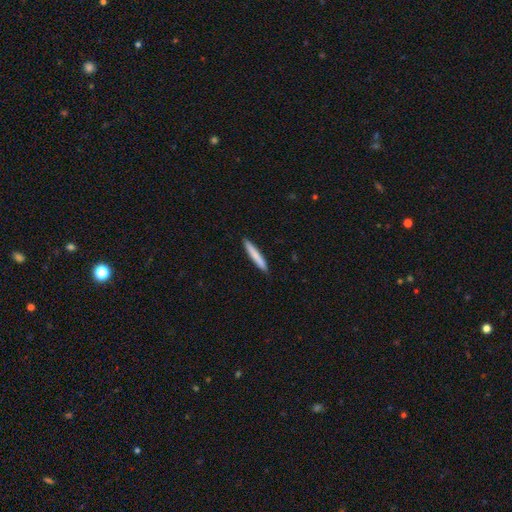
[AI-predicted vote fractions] A smooth galaxy with no disk features (79%) that is cigar-shaped (95%). Merging: none (91%).